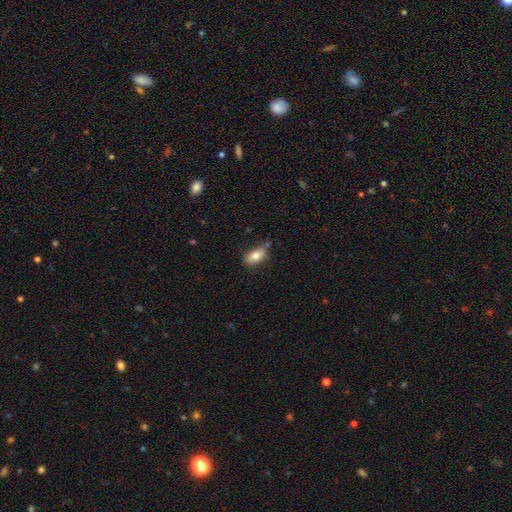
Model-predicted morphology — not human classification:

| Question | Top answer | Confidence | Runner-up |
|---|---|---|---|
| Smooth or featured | smooth | 77% | featured or disk (15%) |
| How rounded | in between | 87% | cigar-shaped (8%) |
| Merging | none | 73% | minor disturbance (19%) |